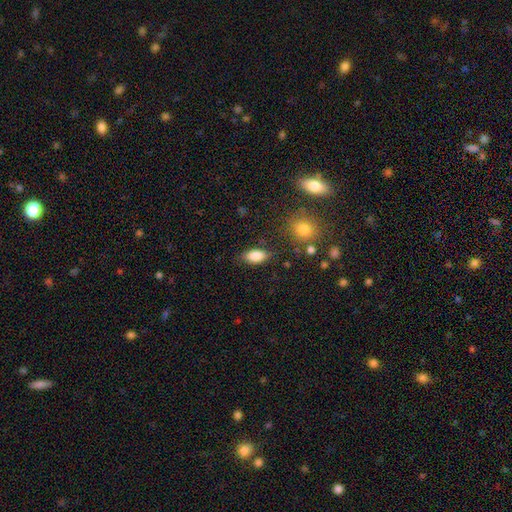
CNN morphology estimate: This appears to be a smooth galaxy with no disk features (86%) that is in between round and cigar-shaped (91%). Merging: none (80%).